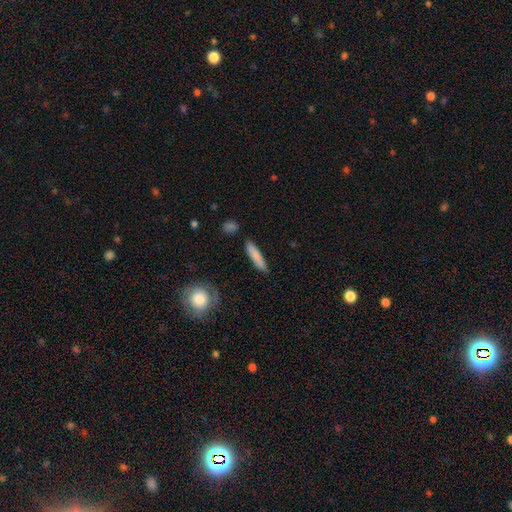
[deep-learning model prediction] Smooth or featured?
  - smooth: 81% *
  - featured or disk: 13%
  - star or artifact: 6%
How rounded?
  - cigar-shaped: 86% *
  - in between: 12%
  - round: 2%
Merging?
  - none: 85% *
  - minor disturbance: 10%
  - merger: 3%
  - major disturbance: 2%